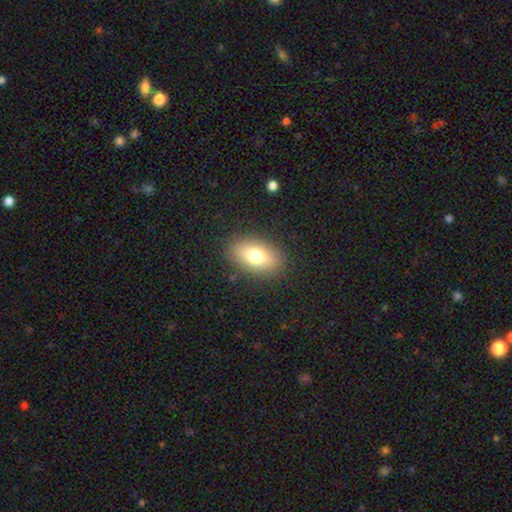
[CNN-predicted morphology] Smooth or featured: smooth — 74% (featured or disk — 16%)
How rounded: in between — 87% (round — 9%)
Merging: none — 86% (minor disturbance — 9%)